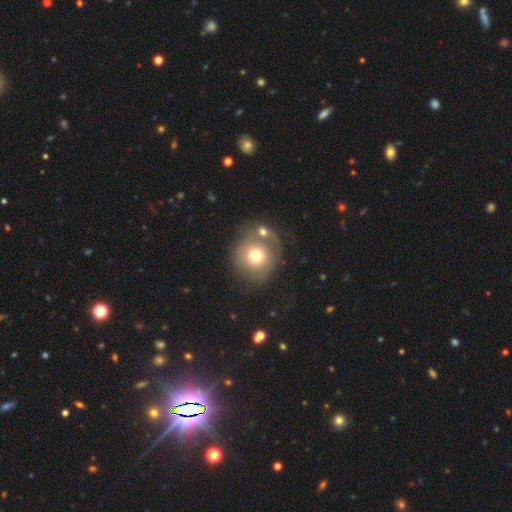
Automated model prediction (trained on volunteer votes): Smooth or featured? smooth (67%)
How rounded? round (88%)
Merging? none (48%)